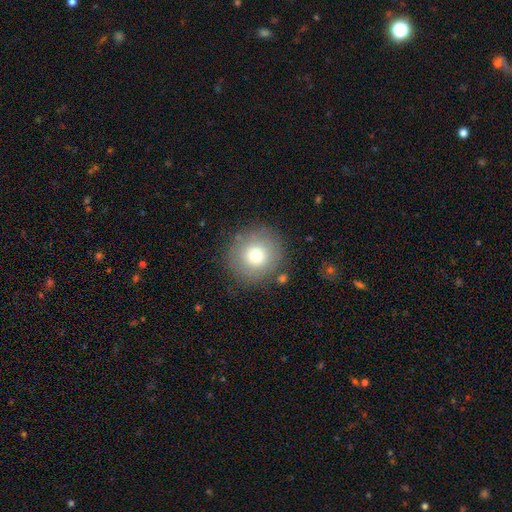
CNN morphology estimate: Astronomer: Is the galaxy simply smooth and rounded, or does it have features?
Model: smooth — 71%.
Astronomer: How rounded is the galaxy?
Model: round — 95%.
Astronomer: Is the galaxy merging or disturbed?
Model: none — 84%.